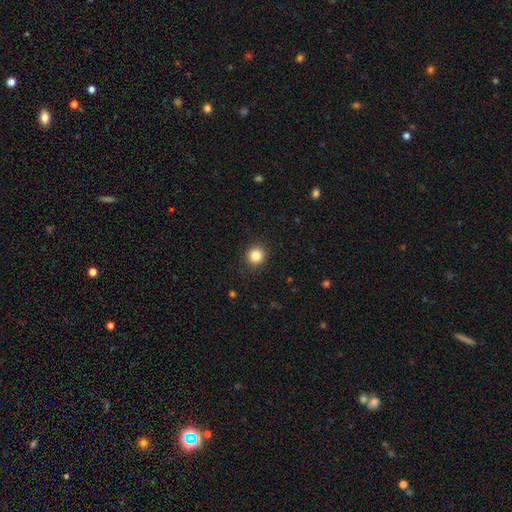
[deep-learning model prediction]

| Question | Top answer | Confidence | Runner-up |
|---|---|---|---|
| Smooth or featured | smooth | 85% | star or artifact (11%) |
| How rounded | round | 91% | in between (8%) |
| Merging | none | 91% | minor disturbance (6%) |